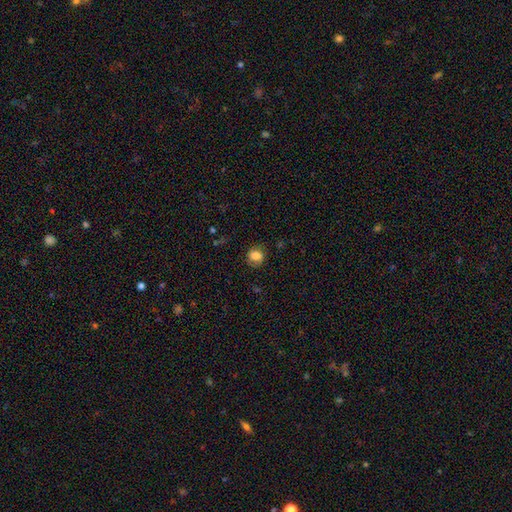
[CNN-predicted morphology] Smooth or featured? smooth (79%)
How rounded? round (69%)
Merging? none (75%)